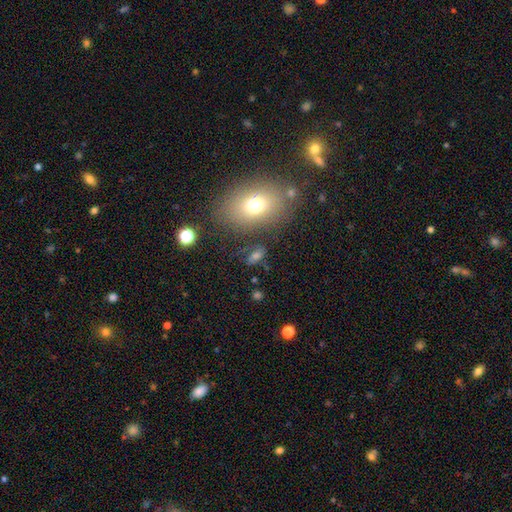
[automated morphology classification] Overall: smooth (62%). How rounded: in between (78%). Merging: none (69%).